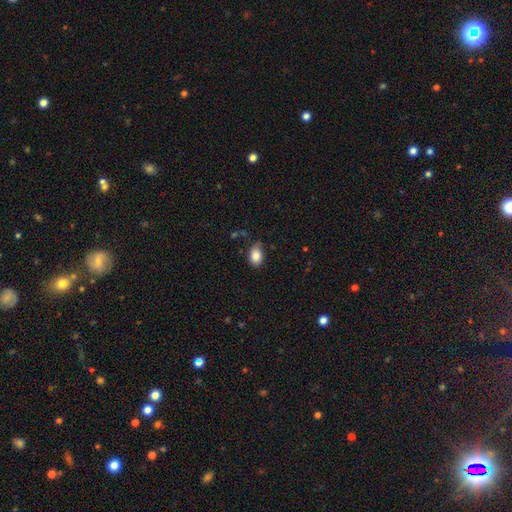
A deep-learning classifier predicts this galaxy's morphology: A smooth galaxy with no disk features (86%) that is in between round and cigar-shaped (85%).

Vote fractions:
- Smooth or featured? smooth: 86% / star or artifact: 8% / featured or disk: 6%
- How rounded? in between: 85% / round: 14% / cigar-shaped: 1%
- Merging? none: 72% / minor disturbance: 22% / major disturbance: 4% / merger: 2%